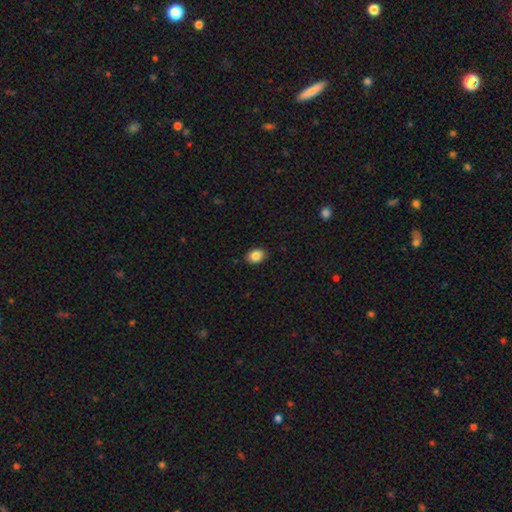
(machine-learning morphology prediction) Smooth or featured?
  - smooth: 86% *
  - star or artifact: 8%
  - featured or disk: 6%
How rounded?
  - in between: 72% *
  - round: 27%
  - cigar-shaped: 1%
Merging?
  - none: 88% *
  - minor disturbance: 9%
  - major disturbance: 2%
  - merger: 1%